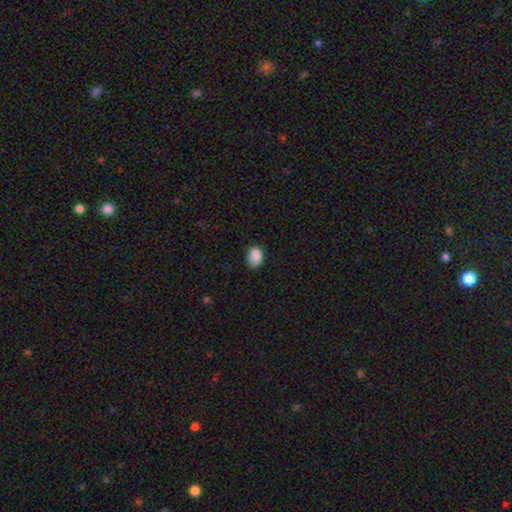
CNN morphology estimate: Smooth or featured? Predicted: smooth (p=0.88). How rounded? Predicted: in between (p=0.77). Merging? Predicted: none (p=0.75).